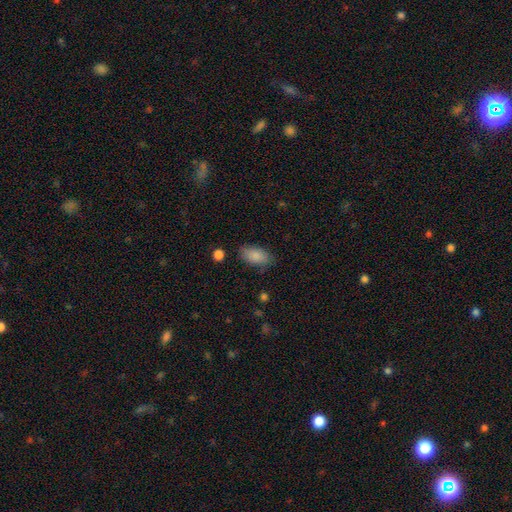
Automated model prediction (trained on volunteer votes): smooth-or-featured: smooth: 87% | star or artifact: 7% | featured or disk: 6%
  how-rounded: in between: 92% | round: 4% | cigar-shaped: 4%
  merging: none: 81% | minor disturbance: 14% | major disturbance: 4% | merger: 2%